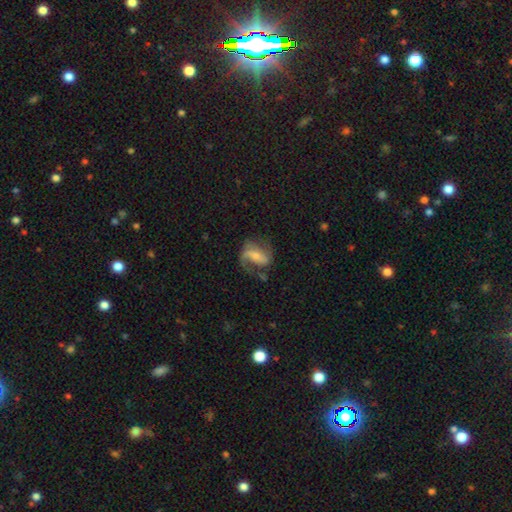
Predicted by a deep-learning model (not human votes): A featured or disk galaxy (76%) with a strong bar (40%), 2 (69%) medium (44%) spiral arms (91%) and a small central bulge (47%). Merging: none (57%).